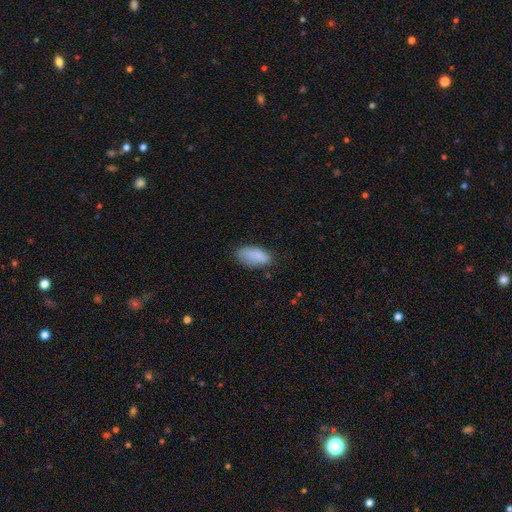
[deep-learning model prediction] smooth 85%, star or artifact 8%, featured or disk 7%. Down the decision tree: how rounded — in between (89%); merging — none (66%).